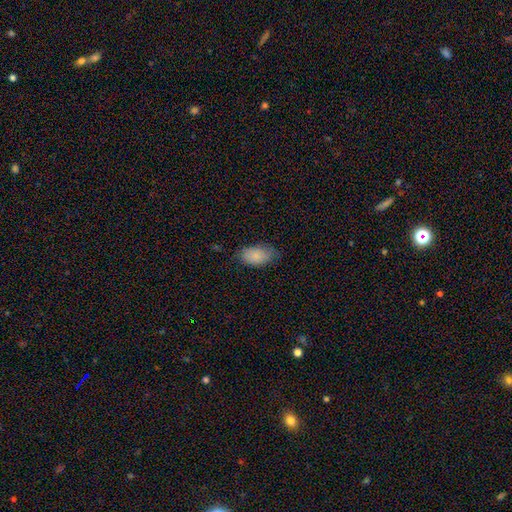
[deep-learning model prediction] This appears to be a smooth galaxy with no disk features (86%) that is in between round and cigar-shaped (92%). Merging: none (69%).